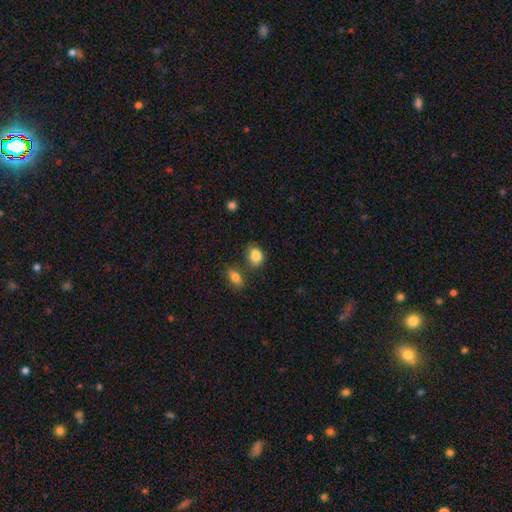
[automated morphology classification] Smooth or featured? Predicted: smooth (p=0.86). How rounded? Predicted: in between (p=0.53). Merging? Predicted: none (p=0.62).